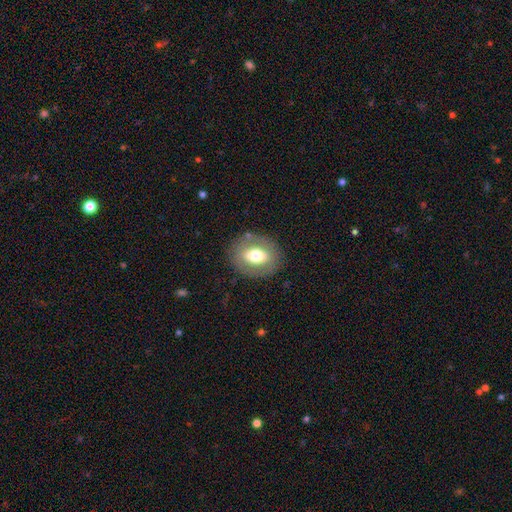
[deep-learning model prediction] A smooth galaxy with no disk features (61%) that is in between round and cigar-shaped (54%).

Vote fractions:
- Smooth or featured? smooth: 61% / featured or disk: 31% / star or artifact: 8%
- How rounded? in between: 54% / round: 45% / cigar-shaped: 1%
- Merging? none: 82% / minor disturbance: 11% / major disturbance: 5% / merger: 2%